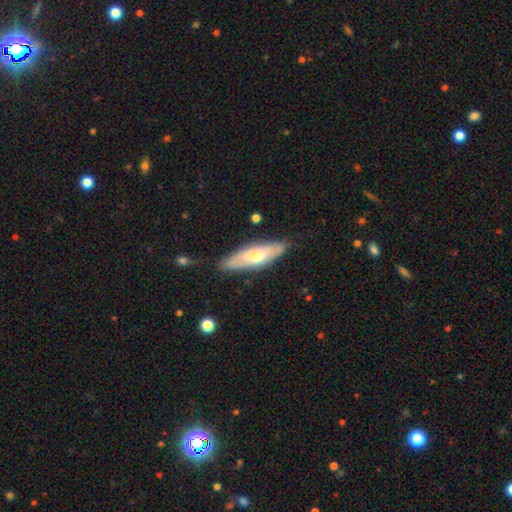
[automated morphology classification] A smooth galaxy with no disk features (50%).

Vote fractions:
- Smooth or featured? smooth: 50% / featured or disk: 44% / star or artifact: 6%
- Merging? none: 79% / minor disturbance: 16% / major disturbance: 3% / merger: 2%